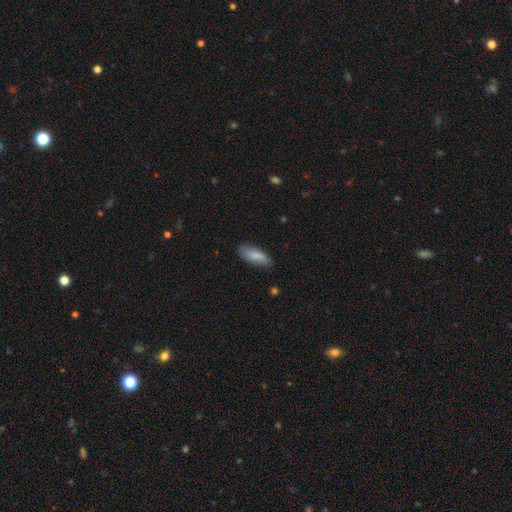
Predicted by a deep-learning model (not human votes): smooth_or_featured: smooth (p=0.82) [alt: featured or disk p=0.12]
how_rounded: in between (p=0.67) [alt: cigar-shaped p=0.31]
merging: none (p=0.78) [alt: minor disturbance p=0.17]